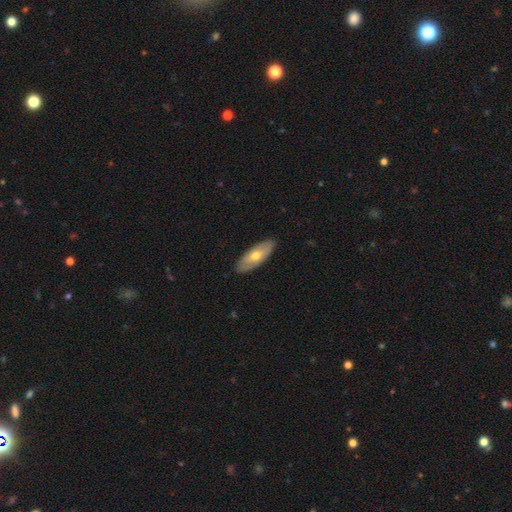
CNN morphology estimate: A smooth galaxy with no disk features (58%) that is in between round and cigar-shaped (76%).

Vote fractions:
- Smooth or featured? smooth: 58% / featured or disk: 37% / star or artifact: 5%
- How rounded? in between: 76% / cigar-shaped: 22% / round: 2%
- Merging? none: 87% / minor disturbance: 10% / major disturbance: 2% / merger: 1%